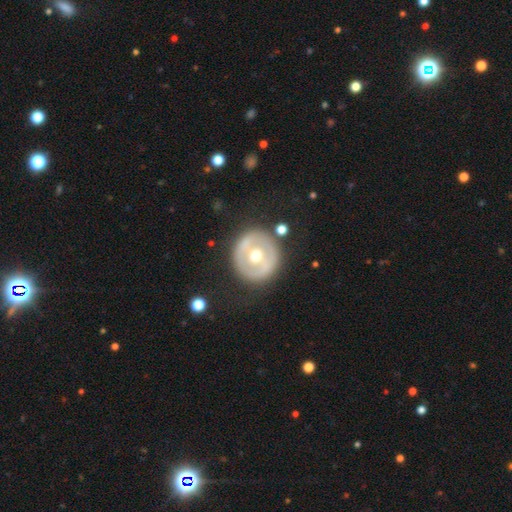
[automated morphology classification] This is possibly a featured or disk galaxy (57%). It is clearly not viewed edge-on (95%). Bar: possibly no (57%). Spiral arm pattern: clearly no (84%). Central bulge: likely moderate (74%). Merging: clearly none (82%).